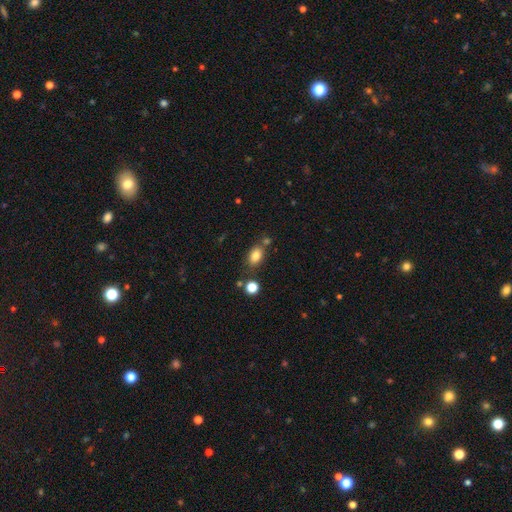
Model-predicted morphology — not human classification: Smooth or featured?
  - smooth: 82% *
  - star or artifact: 10%
  - featured or disk: 8%
How rounded?
  - in between: 81% *
  - round: 17%
  - cigar-shaped: 2%
Merging?
  - none: 69% *
  - minor disturbance: 14%
  - merger: 12%
  - major disturbance: 4%